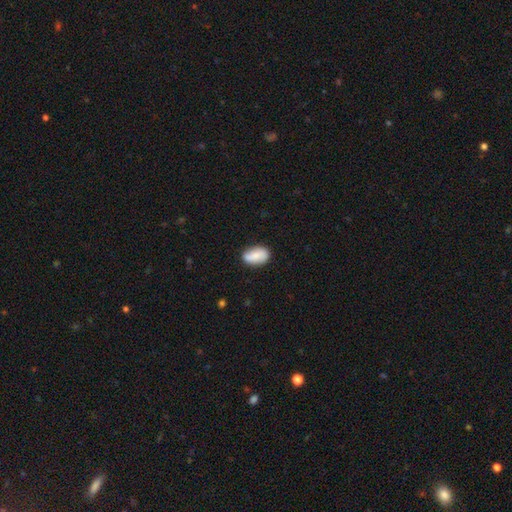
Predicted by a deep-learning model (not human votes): Smooth or featured: smooth — 70% (featured or disk — 23%)
How rounded: in between — 89% (round — 9%)
Merging: none — 76% (minor disturbance — 17%)